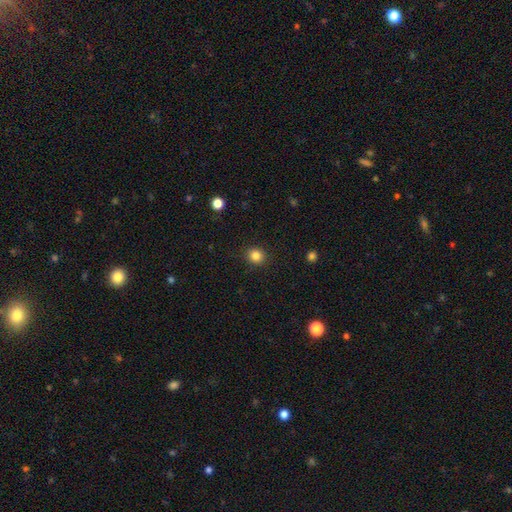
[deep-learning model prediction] This appears to be a smooth galaxy with no disk features (84%) that is round (85%). Merging: none (91%).